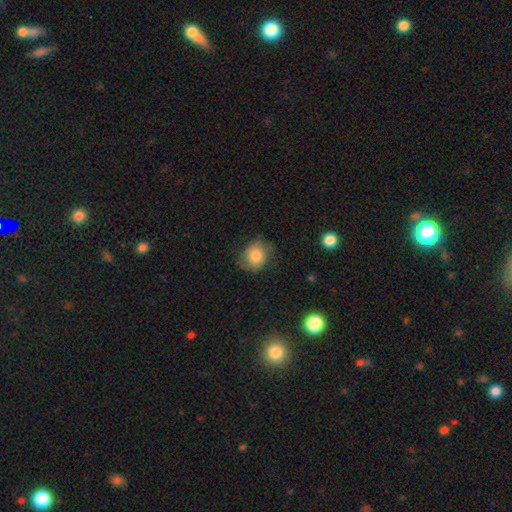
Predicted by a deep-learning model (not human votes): Smooth or featured? smooth (74%)
How rounded? round (61%)
Merging? none (68%)